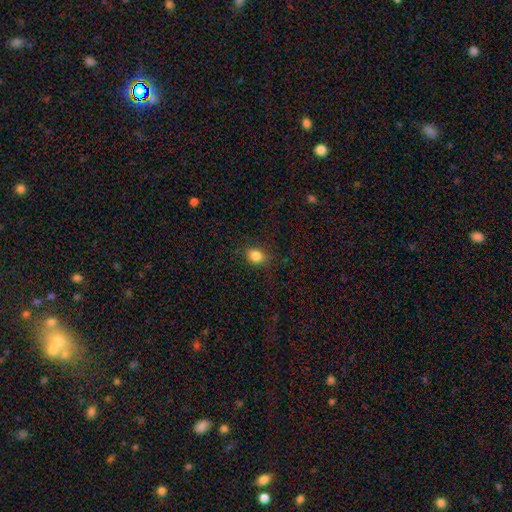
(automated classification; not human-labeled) This is clearly a smooth galaxy (83%). How rounded: possibly in between (59%). Merging: clearly none (84%).